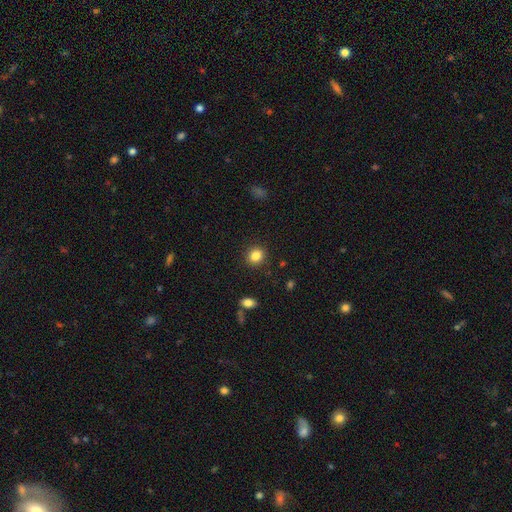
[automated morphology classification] The model was most divided on "how rounded": round: 84%, in between: 15%, cigar-shaped: 1%. More confident: merging — none (90%); smooth or featured — smooth (85%).